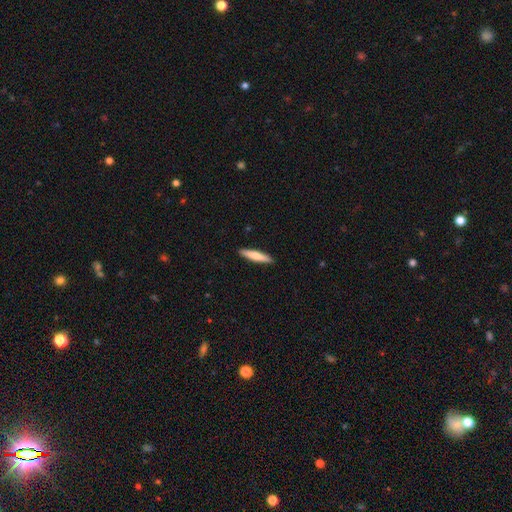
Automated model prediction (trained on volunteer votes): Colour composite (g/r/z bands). It shows a smooth galaxy with no disk features (69%) that is cigar-shaped (88%). Merging: none (92%).